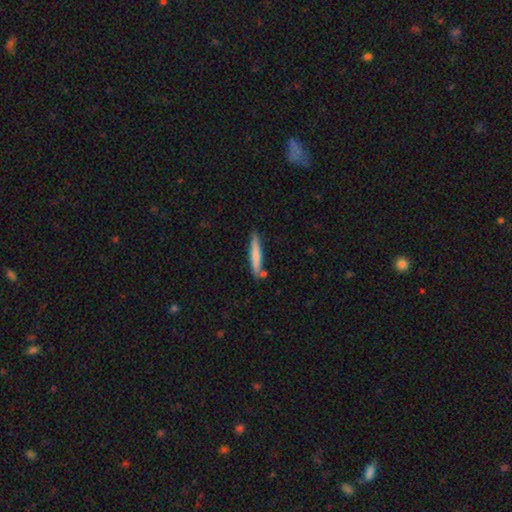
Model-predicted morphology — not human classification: This appears to be a smooth galaxy with no disk features (72%) that is cigar-shaped (94%). Merging: none (79%).